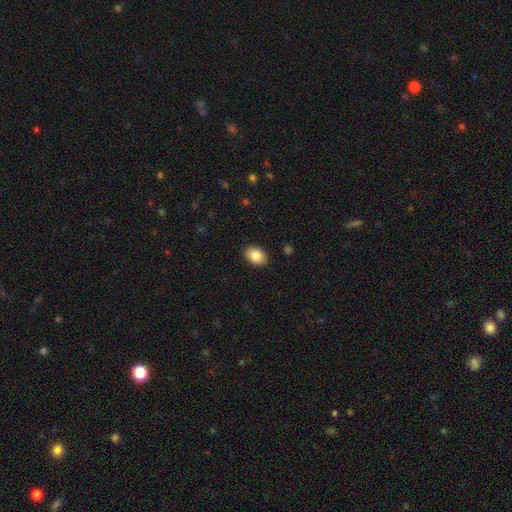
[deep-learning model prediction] This appears to be a smooth galaxy with no disk features (85%) that is in between round and cigar-shaped (80%). Merging: none (89%).